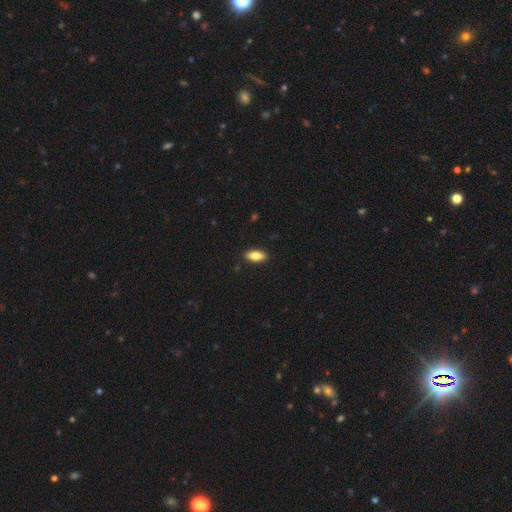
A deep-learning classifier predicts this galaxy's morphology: Smooth or featured?
  - smooth: 82% *
  - featured or disk: 12%
  - star or artifact: 7%
How rounded?
  - in between: 86% *
  - cigar-shaped: 11%
  - round: 3%
Merging?
  - none: 89% *
  - minor disturbance: 8%
  - major disturbance: 2%
  - merger: 1%